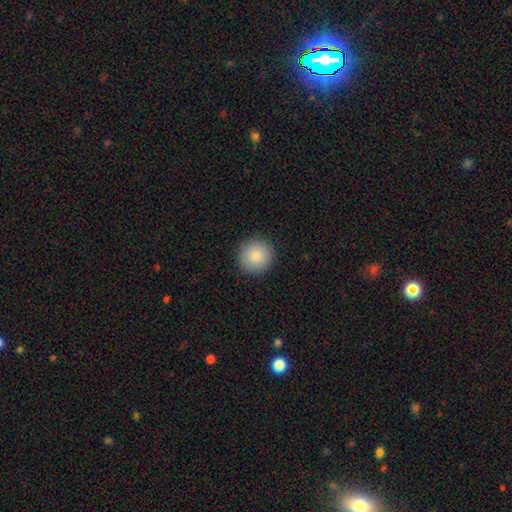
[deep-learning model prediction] smooth-or-featured: smooth: 87% | star or artifact: 8% | featured or disk: 5%
  how-rounded: round: 95% | in between: 4% | cigar-shaped: 1%
  merging: none: 92% | minor disturbance: 5% | major disturbance: 2% | merger: 1%